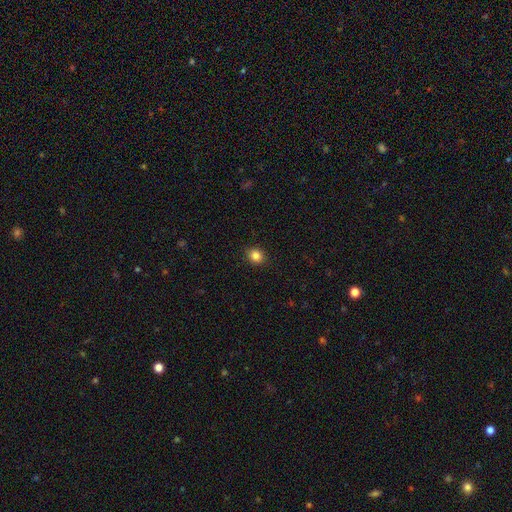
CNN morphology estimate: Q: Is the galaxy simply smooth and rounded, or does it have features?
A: smooth — 85%.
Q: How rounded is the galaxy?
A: round — 76%.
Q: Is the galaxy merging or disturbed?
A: none — 89%.